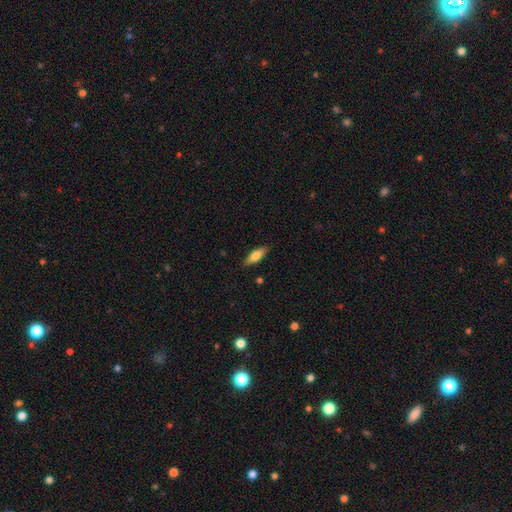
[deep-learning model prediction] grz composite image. It shows a smooth galaxy with no disk features (74%) that is in between round and cigar-shaped (61%). Merging: none (87%).